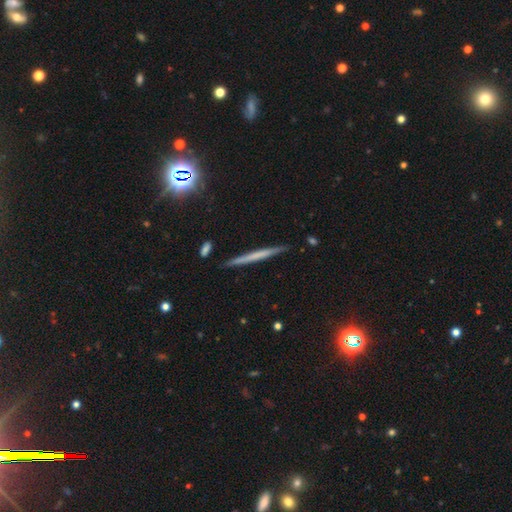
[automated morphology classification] type=featured or disk (47%); merging=none (90%).